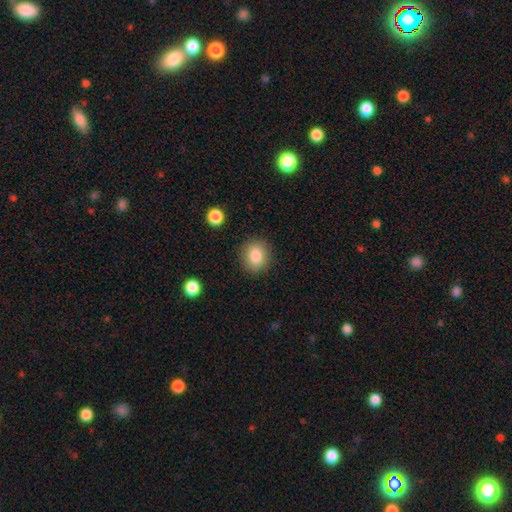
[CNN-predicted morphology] Smooth or featured? Predicted: smooth (p=0.84). How rounded? Predicted: round (p=0.69). Merging? Predicted: none (p=0.88).